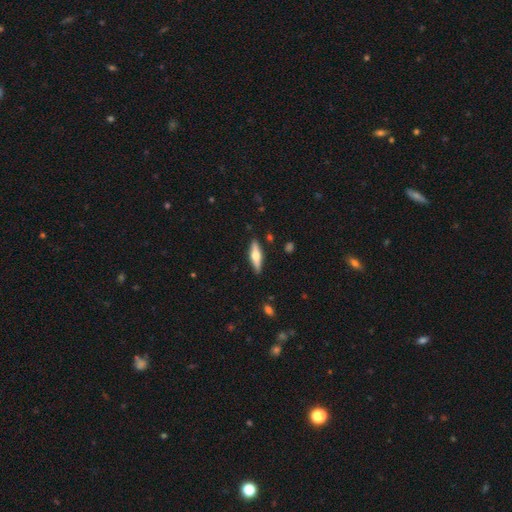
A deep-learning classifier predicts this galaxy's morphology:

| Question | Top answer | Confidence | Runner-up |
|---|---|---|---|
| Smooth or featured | featured or disk | 57% | smooth (38%) |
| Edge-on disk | yes | 94% | no (6%) |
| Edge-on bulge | rounded | 94% | boxy (4%) |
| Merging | none | 89% | minor disturbance (8%) |